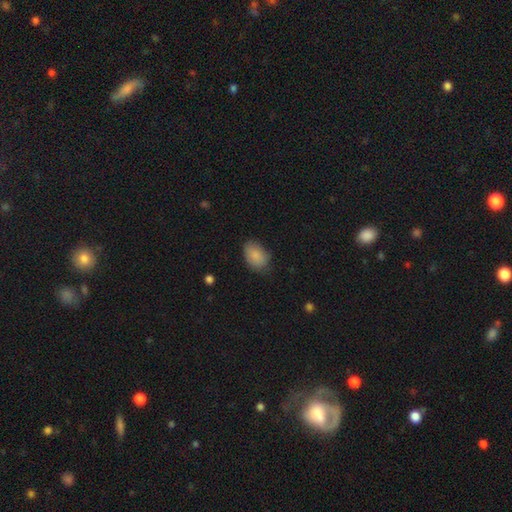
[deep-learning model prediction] smooth 87%, star or artifact 7%, featured or disk 6%. Down the decision tree: how rounded — in between (83%); merging — none (73%).